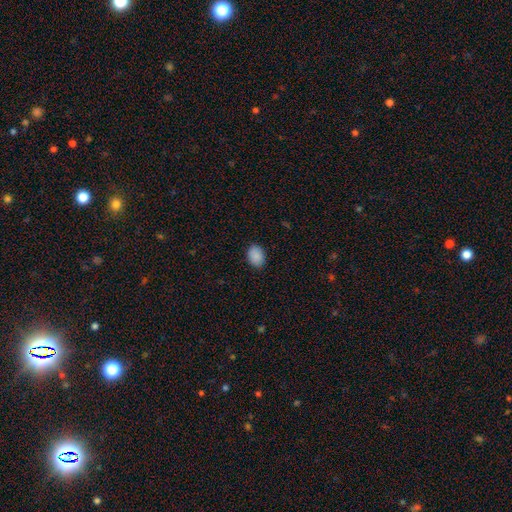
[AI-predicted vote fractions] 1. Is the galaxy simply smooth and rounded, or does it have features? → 90% smooth, 8% star or artifact, 3% featured or disk.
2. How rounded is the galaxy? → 78% in between, 21% round, 1% cigar-shaped.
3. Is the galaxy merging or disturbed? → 88% none, 9% minor disturbance, 2% major disturbance, 1% merger.